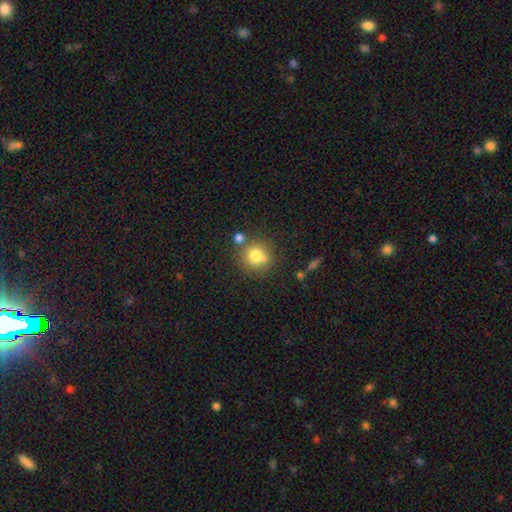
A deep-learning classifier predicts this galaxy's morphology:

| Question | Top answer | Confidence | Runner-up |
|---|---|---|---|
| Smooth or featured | smooth | 75% | star or artifact (12%) |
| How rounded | round | 91% | in between (8%) |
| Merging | none | 66% | merger (20%) |